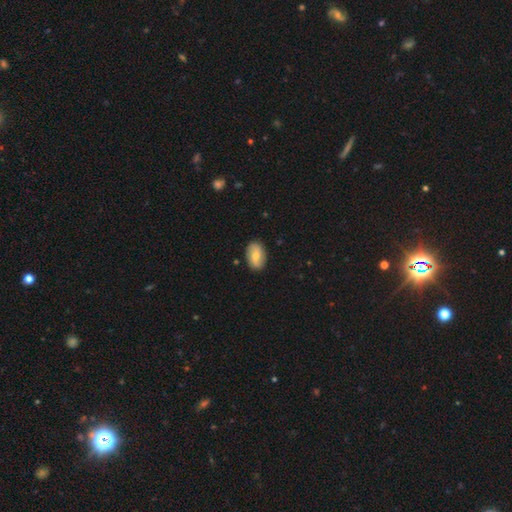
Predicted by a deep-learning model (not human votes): Smooth or featured?
  - smooth: 57% *
  - featured or disk: 36%
  - star or artifact: 7%
How rounded?
  - in between: 89% *
  - round: 9%
  - cigar-shaped: 2%
Merging?
  - none: 86% *
  - minor disturbance: 10%
  - major disturbance: 2%
  - merger: 1%